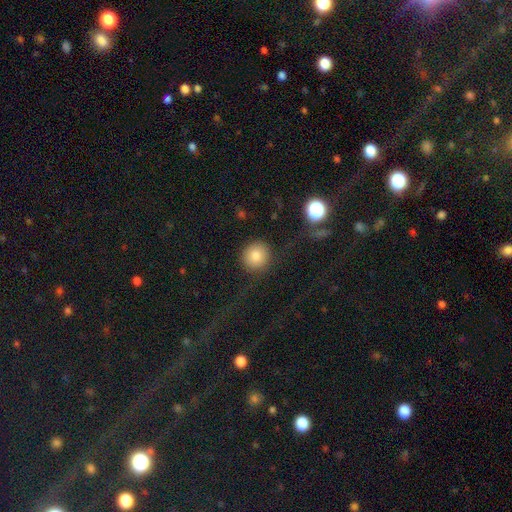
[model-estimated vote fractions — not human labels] Smooth or featured?
  - smooth: 81% *
  - star or artifact: 10%
  - featured or disk: 10%
How rounded?
  - round: 91% *
  - in between: 8%
  - cigar-shaped: 1%
Merging?
  - none: 80% *
  - major disturbance: 9%
  - minor disturbance: 9%
  - merger: 2%